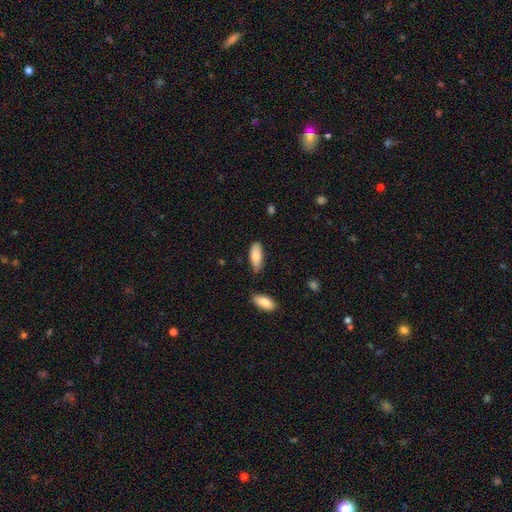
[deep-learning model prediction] Overall: smooth (83%). How rounded: in between (78%). Merging: none (72%).